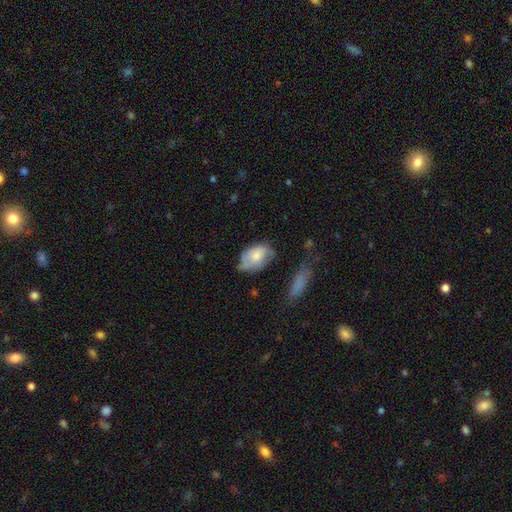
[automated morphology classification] Overall: smooth (65%; featured or disk 29%). How rounded: in between (88%). Merging: none (49%; minor disturbance 35%).